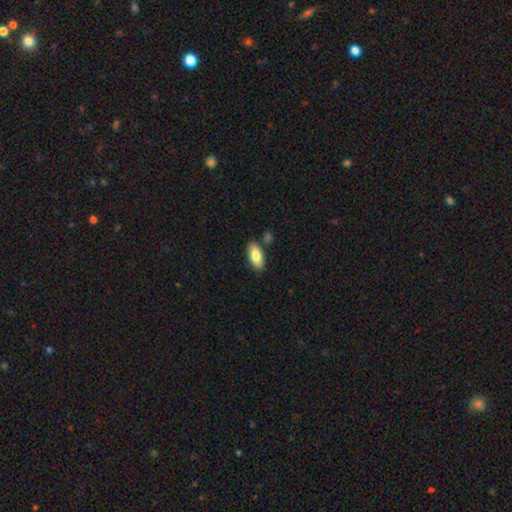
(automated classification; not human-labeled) A smooth galaxy with no disk features (84%) that is in between round and cigar-shaped (91%).

Vote fractions:
- Smooth or featured? smooth: 84% / featured or disk: 9% / star or artifact: 6%
- How rounded? in between: 91% / cigar-shaped: 7% / round: 2%
- Merging? none: 81% / minor disturbance: 11% / merger: 6% / major disturbance: 2%